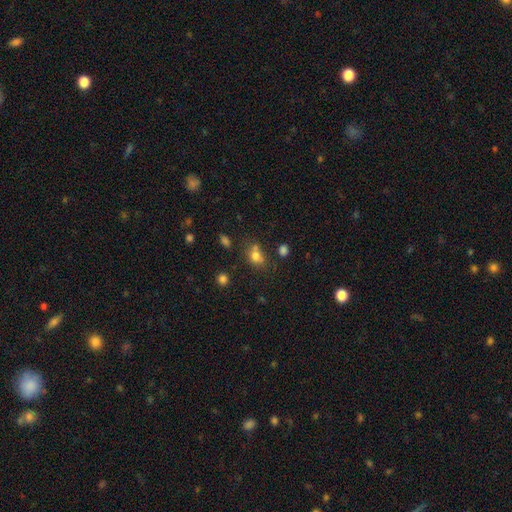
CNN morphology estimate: type=smooth (76%); roundness=in between (56%); merging=none (52%).